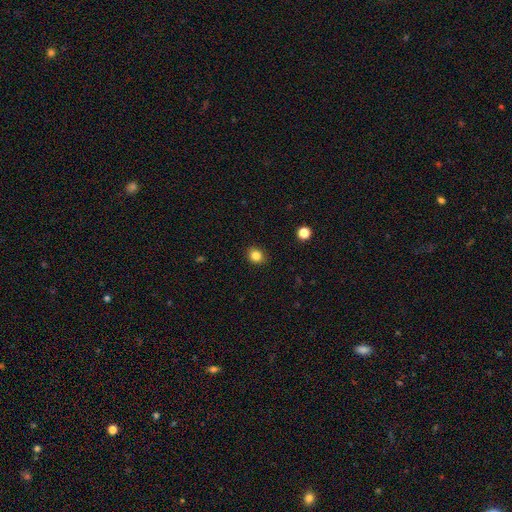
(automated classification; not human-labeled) This is clearly a smooth galaxy (83%). How rounded: likely round (70%). Merging: clearly none (90%).